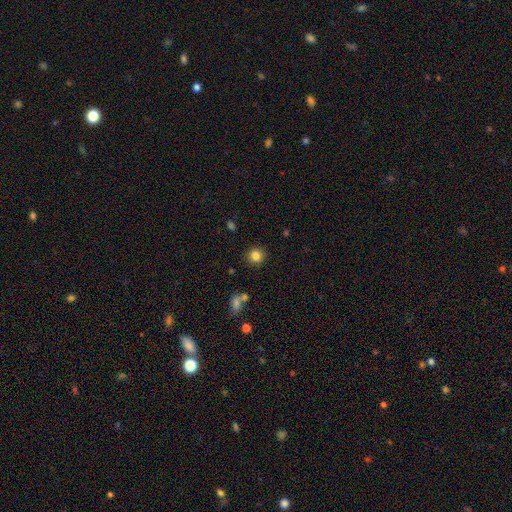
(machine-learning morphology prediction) The model was most divided on "smooth or featured": smooth: 83%, star or artifact: 12%, featured or disk: 6%. More confident: how rounded — round (91%); merging — none (88%).